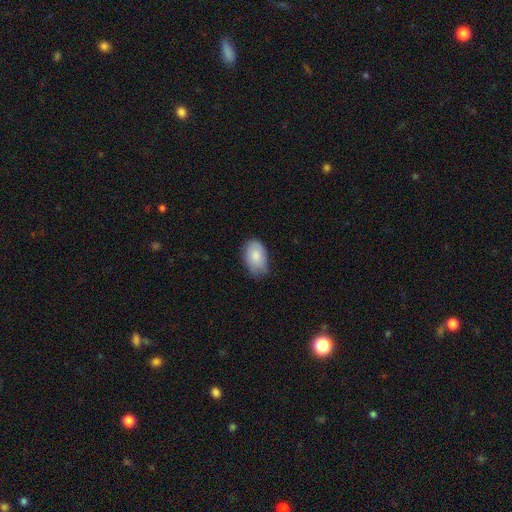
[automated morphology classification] Overall: smooth (81%). How rounded: in between (92%). Merging: none (64%; minor disturbance 30%).